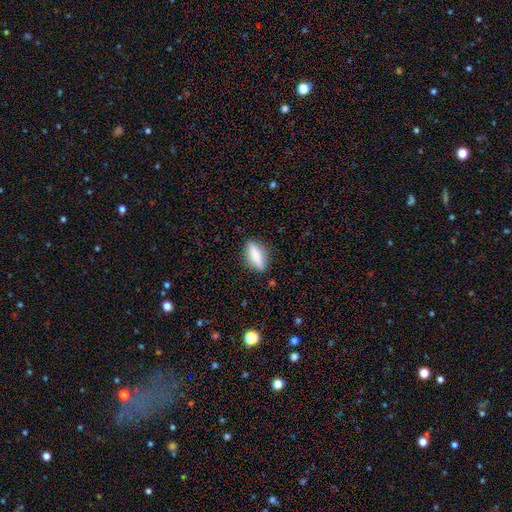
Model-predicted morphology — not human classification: Overall: smooth (69%). How rounded: in between (52%; cigar-shaped 45%). Merging: none (84%).